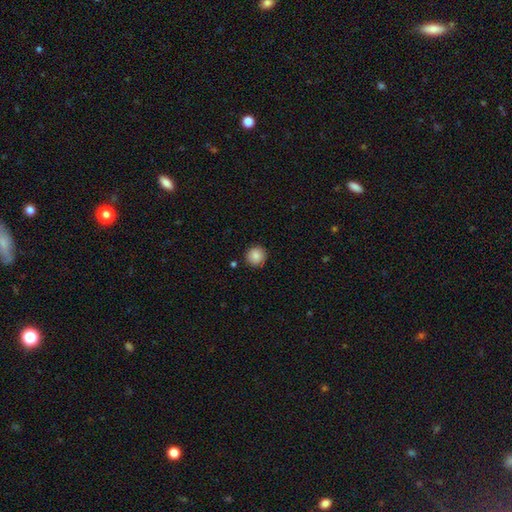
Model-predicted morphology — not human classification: This appears to be a smooth galaxy with no disk features (87%) that is round (94%). Merging: none (90%).